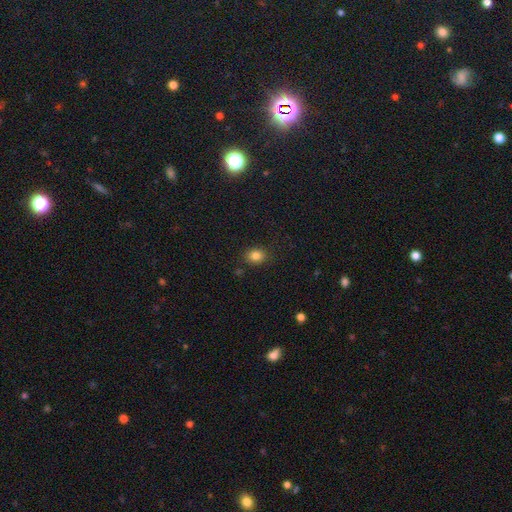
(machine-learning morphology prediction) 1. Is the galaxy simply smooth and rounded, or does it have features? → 83% smooth, 11% star or artifact, 6% featured or disk.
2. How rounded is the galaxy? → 53% round, 46% in between, 1% cigar-shaped.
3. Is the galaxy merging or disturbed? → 87% none, 9% minor disturbance, 2% major disturbance, 2% merger.